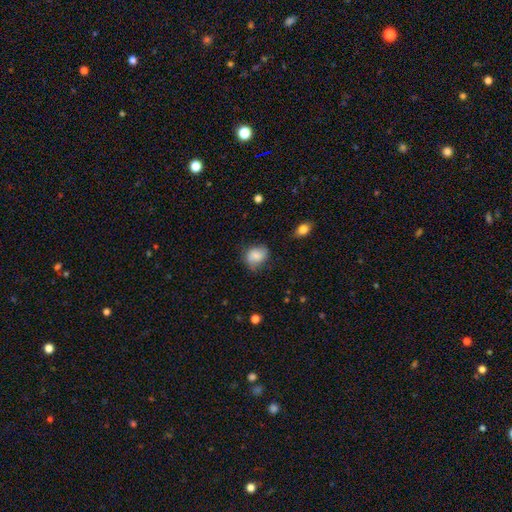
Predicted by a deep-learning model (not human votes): This appears to be a smooth galaxy with no disk features (67%) that is round (52%). Merging: none (61%).